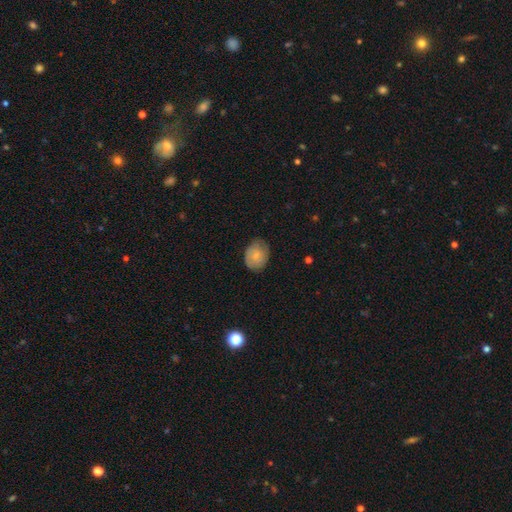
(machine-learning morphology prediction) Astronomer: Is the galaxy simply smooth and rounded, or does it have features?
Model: smooth — 74%.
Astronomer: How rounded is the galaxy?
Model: in between — 50% (runner-up: round, 49%).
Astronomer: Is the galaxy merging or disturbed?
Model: none — 63%.